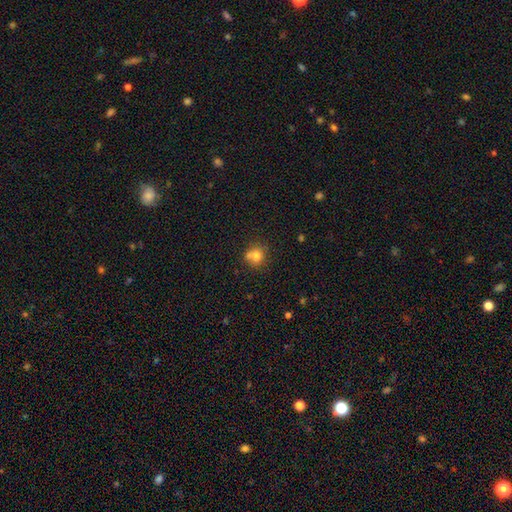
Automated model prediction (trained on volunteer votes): Overall: smooth (75%). How rounded: round (82%). Merging: none (51%; merger 31%).